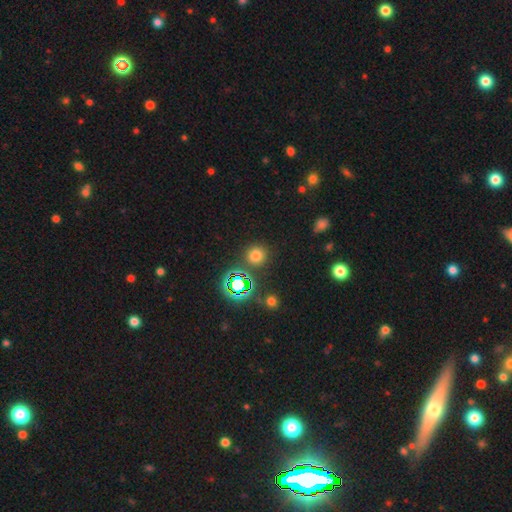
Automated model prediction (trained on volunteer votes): Smooth or featured: smooth — 68% (star or artifact — 26%)
How rounded: round — 90% (in between — 9%)
Merging: none — 84% (minor disturbance — 8%)